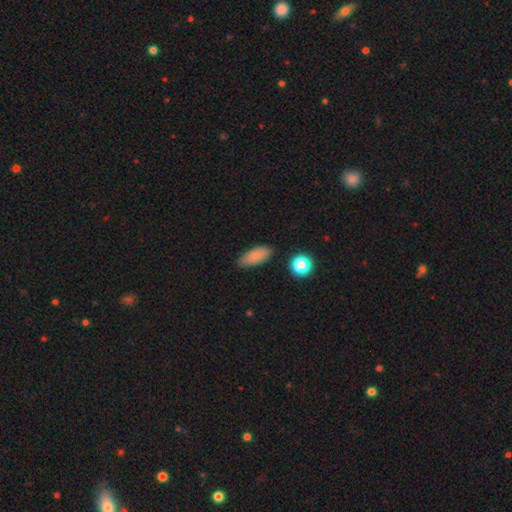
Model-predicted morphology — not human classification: smooth 85%, star or artifact 9%, featured or disk 7%. Down the decision tree: how rounded — in between (80%); merging — none (79%).